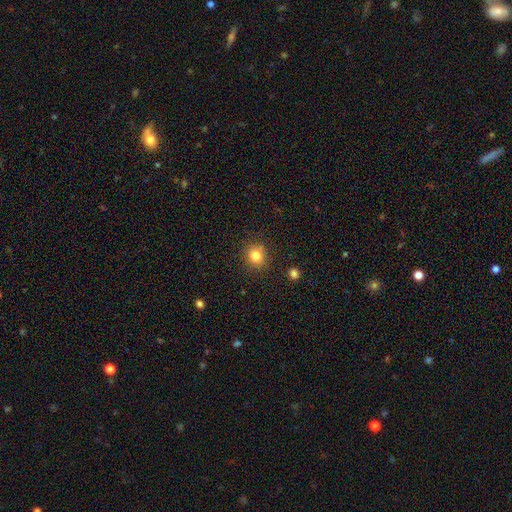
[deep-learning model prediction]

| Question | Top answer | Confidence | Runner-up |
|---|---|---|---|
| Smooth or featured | smooth | 82% | star or artifact (12%) |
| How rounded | round | 84% | in between (15%) |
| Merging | none | 85% | minor disturbance (10%) |